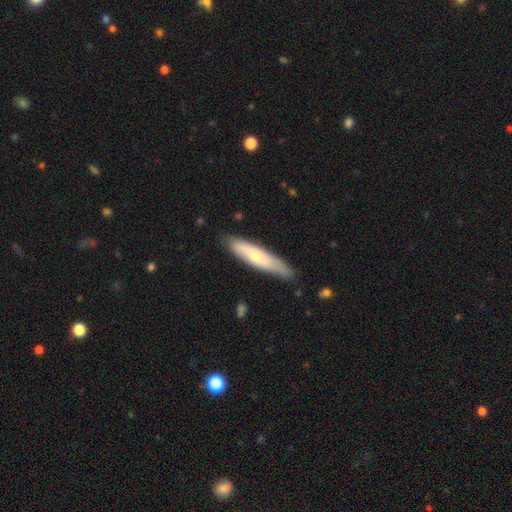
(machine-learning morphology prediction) smooth-or-featured: smooth: 58% | featured or disk: 37% | star or artifact: 5%
  how-rounded: cigar-shaped: 78% | in between: 21% | round: 1%
  merging: none: 79% | minor disturbance: 17% | major disturbance: 3% | merger: 2%